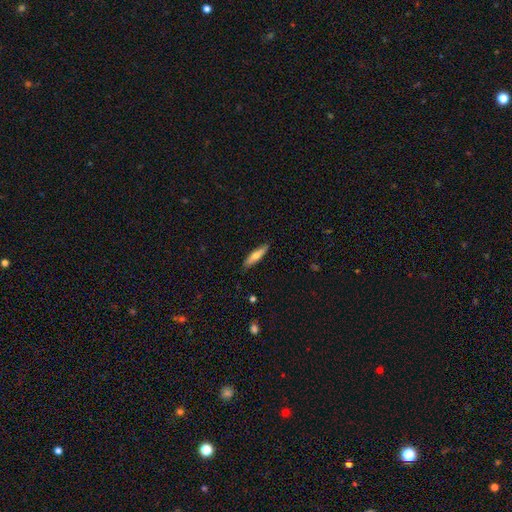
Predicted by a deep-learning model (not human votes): Smooth or featured? Predicted: smooth (p=0.59). How rounded? Predicted: cigar-shaped (p=0.77). Merging? Predicted: none (p=0.88).